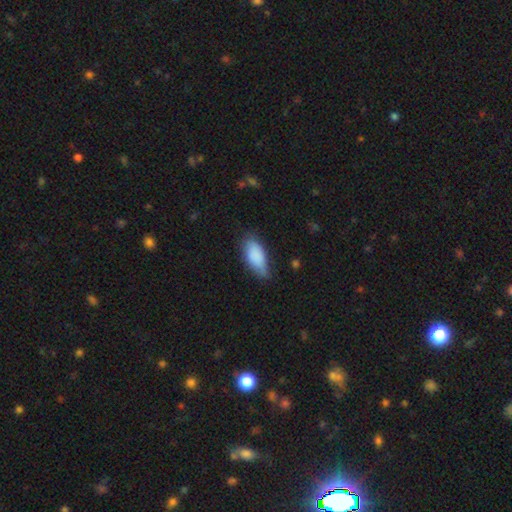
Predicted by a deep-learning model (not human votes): smooth 85%, featured or disk 8%, star or artifact 6%. Down the decision tree: how rounded — in between (85%); merging — none (60%).